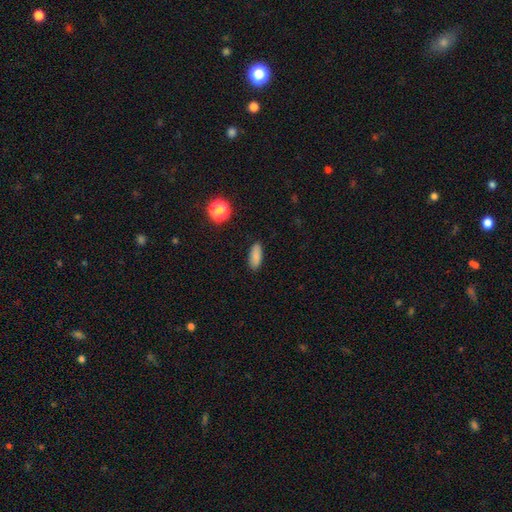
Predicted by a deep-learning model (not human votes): smooth_or_featured: smooth (p=0.85) [alt: star or artifact p=0.09]
how_rounded: in between (p=0.75) [alt: cigar-shaped p=0.22]
merging: none (p=0.87) [alt: minor disturbance p=0.09]